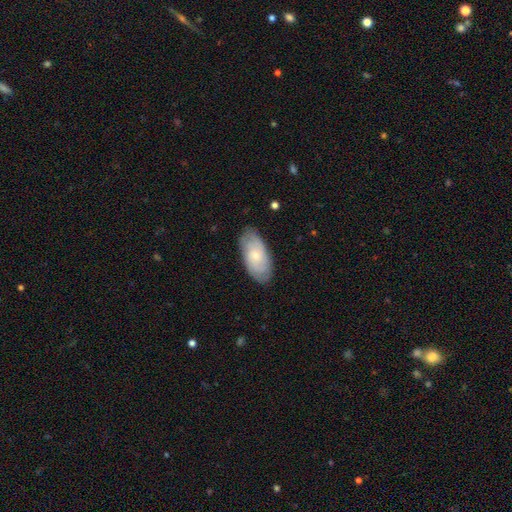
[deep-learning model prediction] Smooth or featured: smooth — 48% (featured or disk — 46%)
Merging: none — 81% (minor disturbance — 15%)